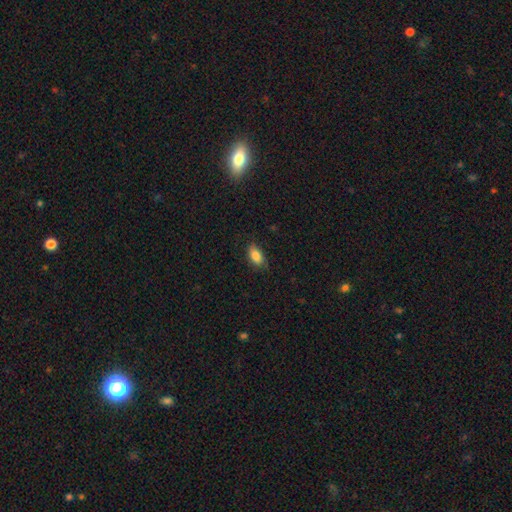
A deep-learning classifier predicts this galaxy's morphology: This appears to be a smooth galaxy with no disk features (85%) that is in between round and cigar-shaped (90%). Merging: none (78%).